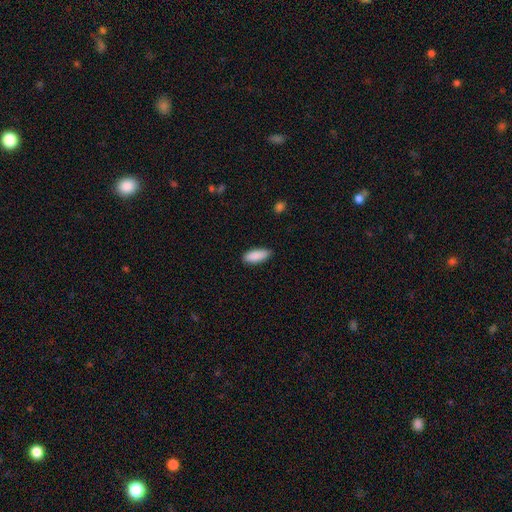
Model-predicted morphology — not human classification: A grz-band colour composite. It shows a smooth galaxy with no disk features (90%) that is in between round and cigar-shaped (77%). Merging: none (86%).